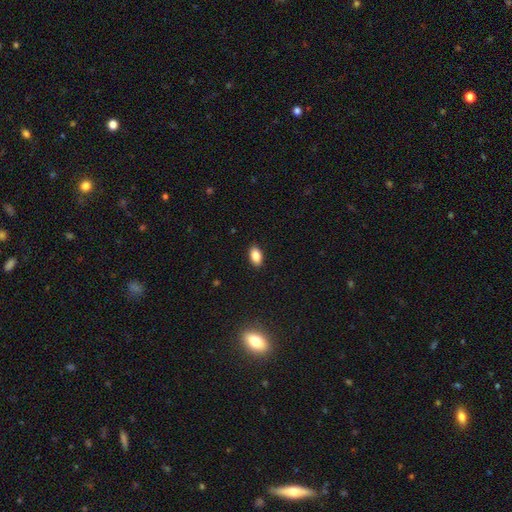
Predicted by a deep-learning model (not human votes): Morphology: type=smooth (86%); roundness=in between (92%); merging=none (90%).